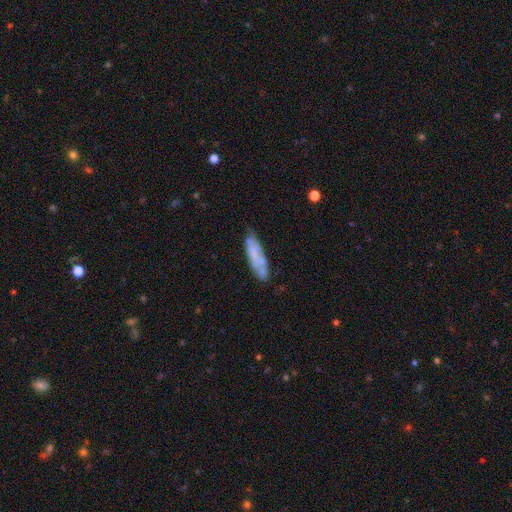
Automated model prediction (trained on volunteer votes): This is possibly a smooth galaxy (56%). How rounded: likely cigar-shaped (63%). Merging: likely none (61%).